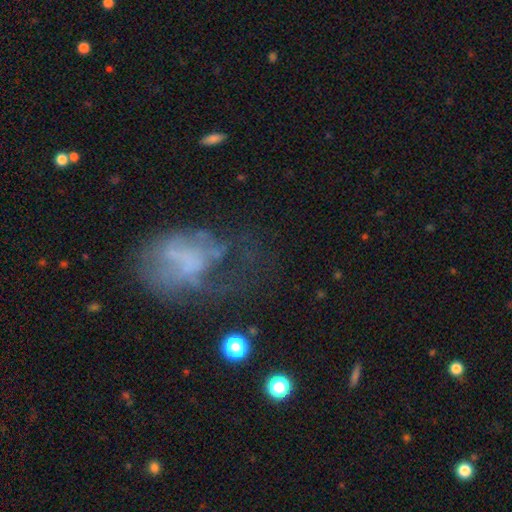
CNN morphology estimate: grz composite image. It shows a featured or disk galaxy (48%). Merging: major disturbance (43%).